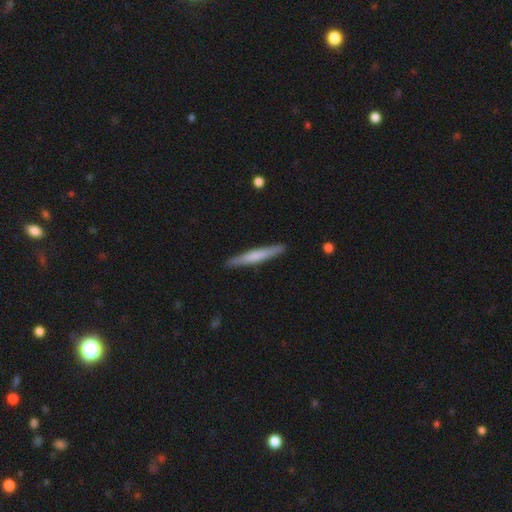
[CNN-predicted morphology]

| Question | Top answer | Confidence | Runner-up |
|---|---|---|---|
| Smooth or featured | smooth | 57% | featured or disk (38%) |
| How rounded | cigar-shaped | 96% | in between (3%) |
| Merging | none | 91% | minor disturbance (7%) |